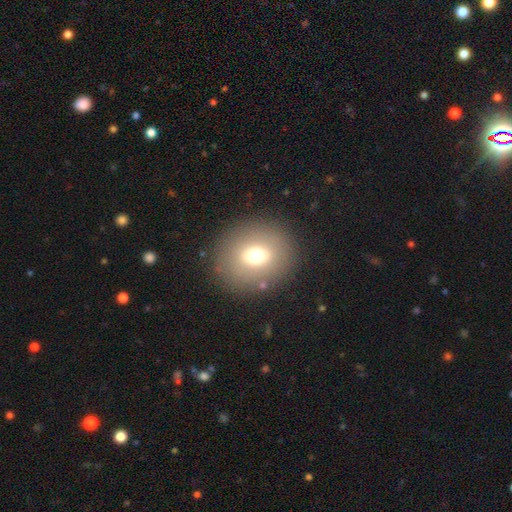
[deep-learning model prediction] smooth 66%, featured or disk 18%, star or artifact 16%. Down the decision tree: how rounded — round (83%); merging — none (87%).